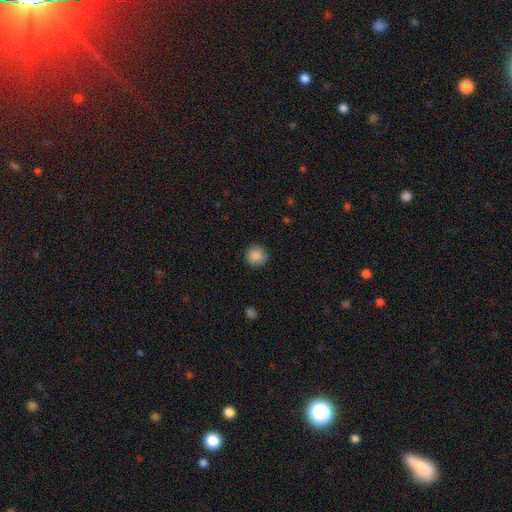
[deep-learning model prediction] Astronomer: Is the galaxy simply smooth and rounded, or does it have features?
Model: smooth — 88%.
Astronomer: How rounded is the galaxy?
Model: round — 93%.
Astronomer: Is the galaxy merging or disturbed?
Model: none — 90%.